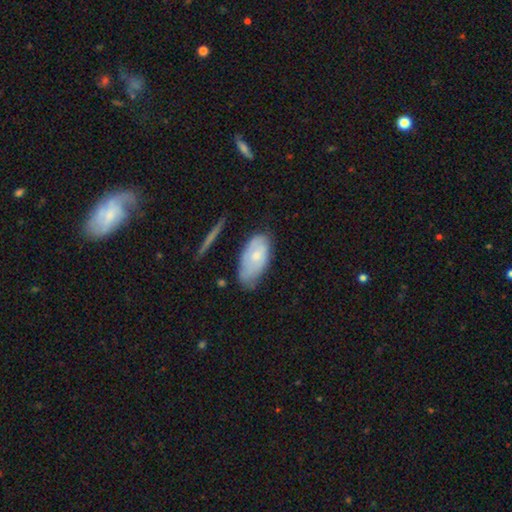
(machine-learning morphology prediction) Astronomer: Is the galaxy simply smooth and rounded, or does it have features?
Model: smooth — 60%.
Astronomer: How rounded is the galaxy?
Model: in between — 92%.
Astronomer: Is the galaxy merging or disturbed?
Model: none — 55% (runner-up: minor disturbance, 34%).